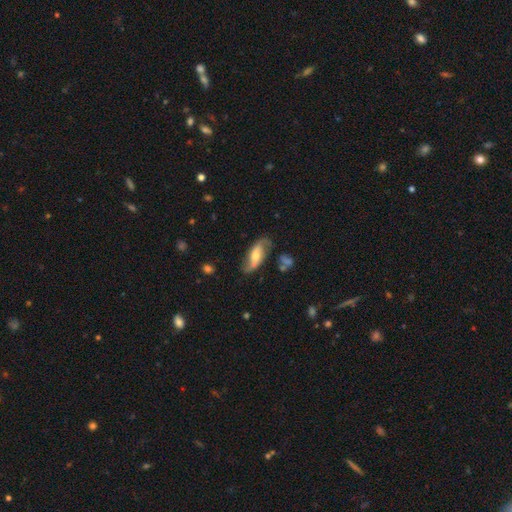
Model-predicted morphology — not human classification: A featured or disk galaxy (75%) with no bar (43%), 2 (89%) loose (57%) spiral arms (93%) and a moderate central bulge (53%). Merging: none (69%).